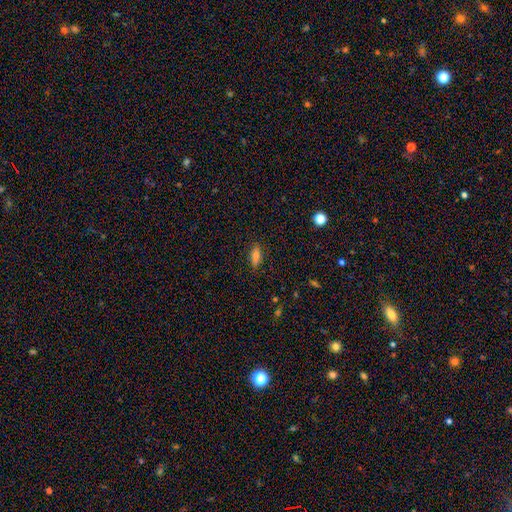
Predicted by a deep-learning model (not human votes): smooth-or-featured: smooth: 75% | star or artifact: 13% | featured or disk: 12%
  how-rounded: in between: 71% | cigar-shaped: 25% | round: 4%
  merging: none: 85% | minor disturbance: 12% | major disturbance: 3% | merger: 1%